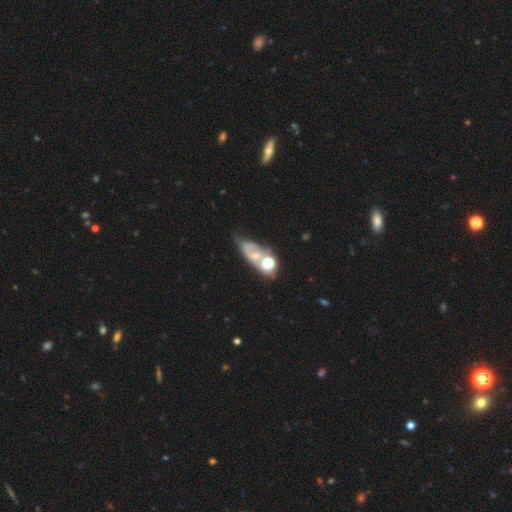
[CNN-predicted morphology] Smooth or featured?
  - featured or disk: 42% *
  - smooth: 40%
  - star or artifact: 18%
Merging?
  - none: 37% *
  - merger: 25%
  - minor disturbance: 21%
  - major disturbance: 17%